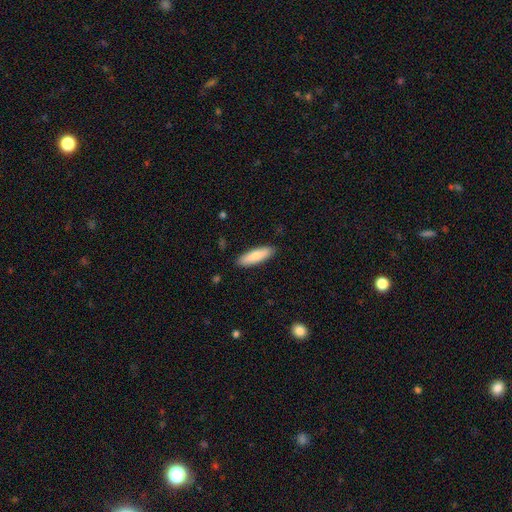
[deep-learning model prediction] The model was most divided on "how rounded": cigar-shaped: 57%, in between: 41%, round: 2%. More confident: merging — none (88%); smooth or featured — smooth (80%).